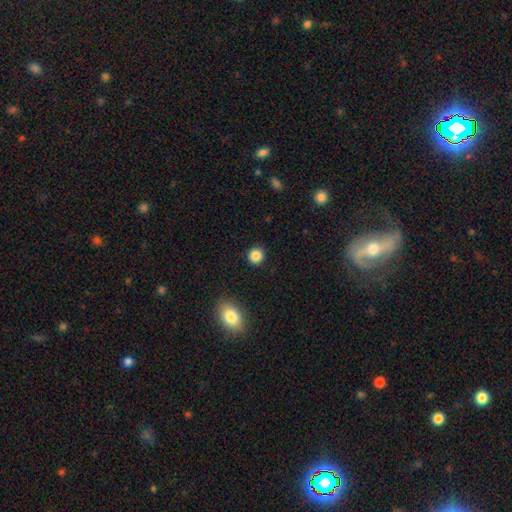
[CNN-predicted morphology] Smooth or featured?
  - smooth: 86% *
  - star or artifact: 11%
  - featured or disk: 3%
How rounded?
  - round: 92% *
  - in between: 7%
  - cigar-shaped: 1%
Merging?
  - none: 92% *
  - minor disturbance: 5%
  - major disturbance: 2%
  - merger: 1%